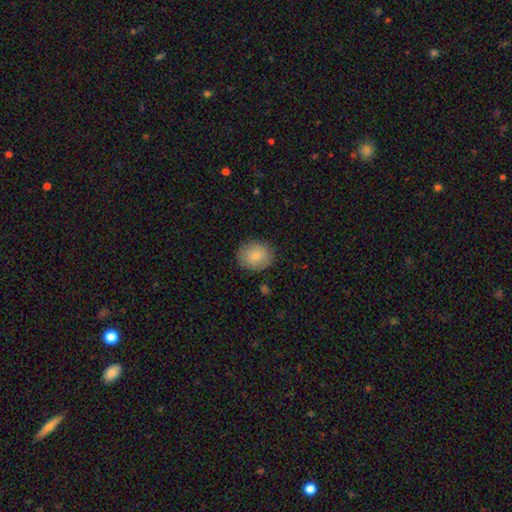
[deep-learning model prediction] Q: Smooth or featured?
A: smooth (83%); runner-up: featured or disk (10%)
Q: How rounded?
A: round (66%); runner-up: in between (34%)
Q: Merging?
A: none (85%); runner-up: minor disturbance (11%)